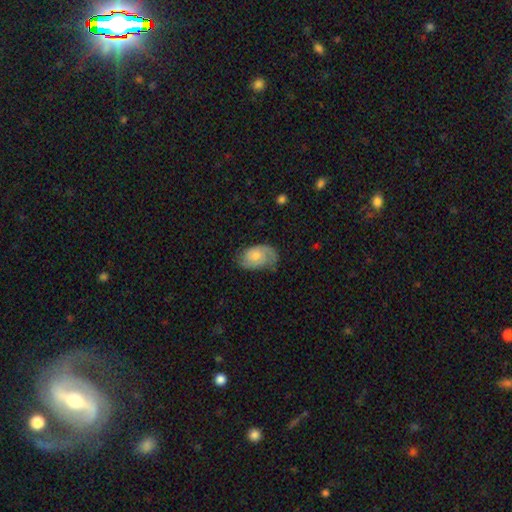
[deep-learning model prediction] A featured or disk galaxy (61%) with no bar (74%), 2 (72%) tight (43%) spiral arms (89%) and a moderate central bulge (48%).

Vote fractions:
- Smooth or featured? featured or disk: 61% / smooth: 32% / star or artifact: 7%
- Edge-on disk? no: 96% / yes: 4%
- Bar? no: 74% / weak: 23% / strong: 3%
- Spiral arms? yes: 89% / no: 11%
- Spiral winding? tight: 43% / medium: 40% / loose: 17%
- Spiral arm count? 2: 72% / can't tell: 14% / 1: 9% / 3: 3% / 4: 1% / more than 4: 1%
- Bulge size? moderate: 48% / small: 41% / none: 5% / large: 4% / dominant: 1%
- Merging? none: 66% / minor disturbance: 25% / major disturbance: 8% / merger: 1%